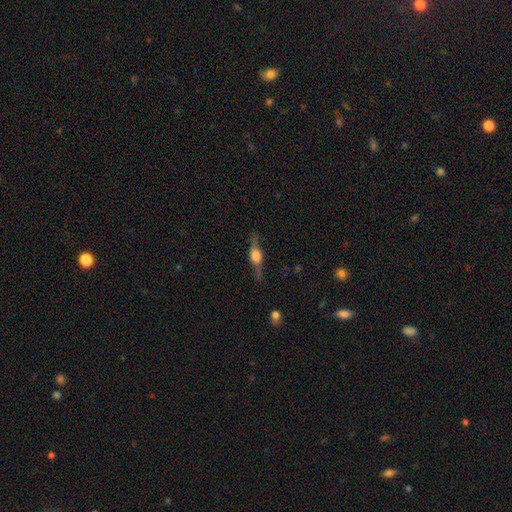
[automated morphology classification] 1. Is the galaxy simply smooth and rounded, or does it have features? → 72% featured or disk, 21% smooth, 7% star or artifact.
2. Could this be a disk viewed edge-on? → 95% yes, 5% no.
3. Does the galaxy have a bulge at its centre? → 88% rounded, 10% boxy, 2% none.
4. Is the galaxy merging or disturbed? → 80% none, 14% minor disturbance, 5% major disturbance, 2% merger.